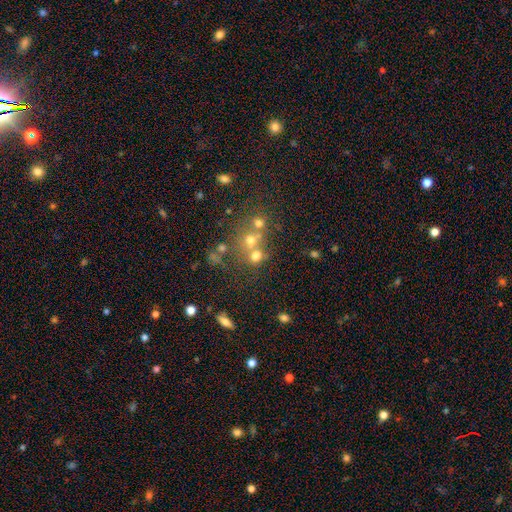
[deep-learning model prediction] A smooth galaxy with no disk features (59%) that is round (69%). Merging: none (44%).